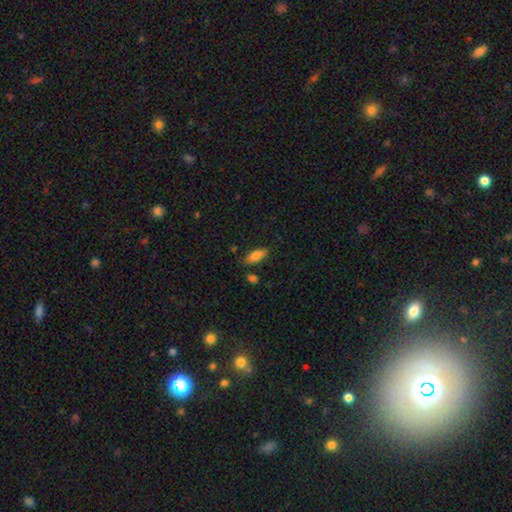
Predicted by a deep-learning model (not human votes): A smooth galaxy with no disk features (80%) that is in between round and cigar-shaped (75%). Merging: none (78%).